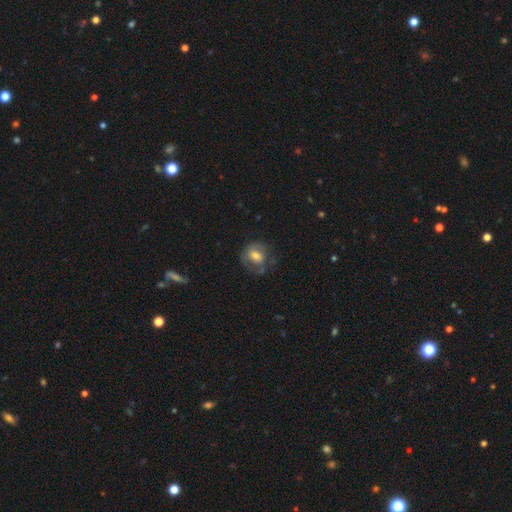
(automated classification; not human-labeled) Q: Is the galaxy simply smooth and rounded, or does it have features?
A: smooth — 52%.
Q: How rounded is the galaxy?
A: round — 60%.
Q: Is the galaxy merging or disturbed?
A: none — 55%.